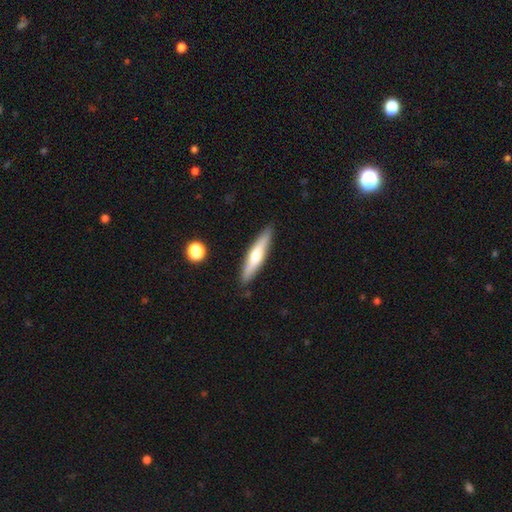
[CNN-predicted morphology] smooth-or-featured: smooth: 50% | featured or disk: 45% | star or artifact: 6%
  merging: none: 88% | minor disturbance: 9% | major disturbance: 2% | merger: 2%